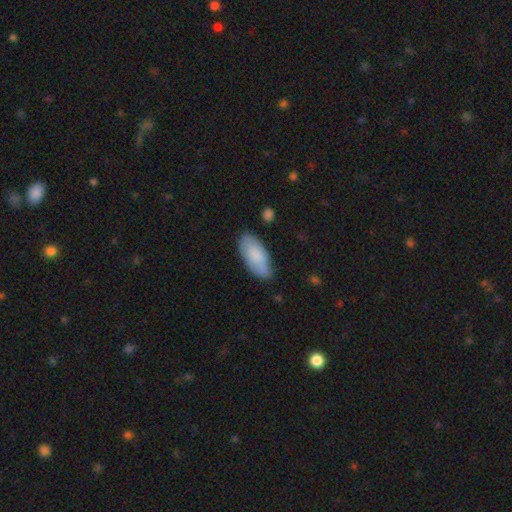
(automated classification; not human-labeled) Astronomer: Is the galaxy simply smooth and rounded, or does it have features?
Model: smooth — 83%.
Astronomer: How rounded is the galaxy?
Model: in between — 89%.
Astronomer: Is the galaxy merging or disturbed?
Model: none — 79%.